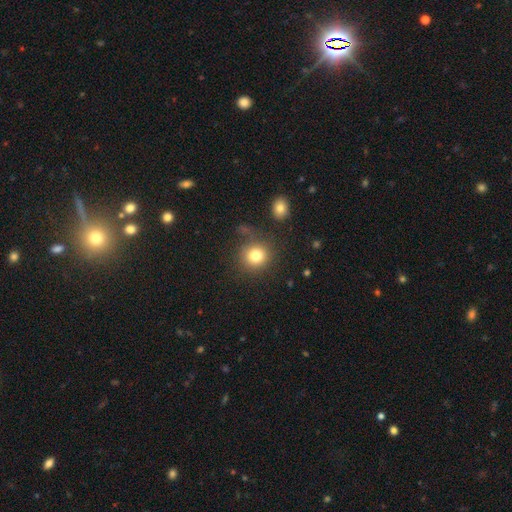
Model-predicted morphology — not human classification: smooth 80%, star or artifact 12%, featured or disk 8%. Down the decision tree: how rounded — round (89%); merging — none (78%).